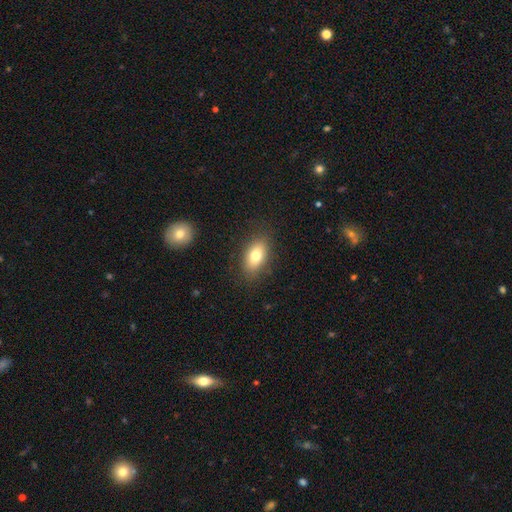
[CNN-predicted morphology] A smooth galaxy with no disk features (76%) that is in between round and cigar-shaped (88%). Merging: none (85%).